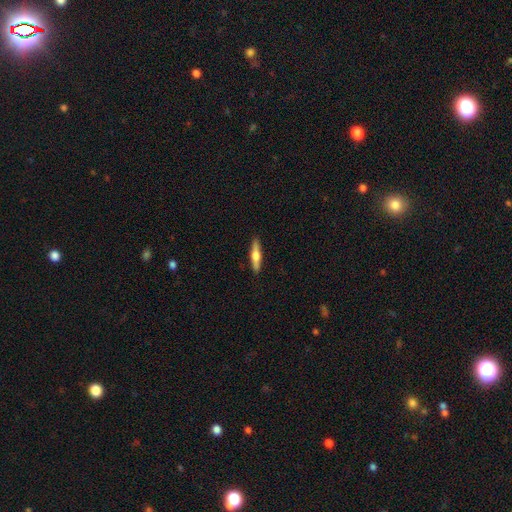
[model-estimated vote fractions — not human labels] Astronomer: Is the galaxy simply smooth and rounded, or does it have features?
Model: featured or disk — 50% (runner-up: smooth, 44%).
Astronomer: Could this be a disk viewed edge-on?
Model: yes — 96%.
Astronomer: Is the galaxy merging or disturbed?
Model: none — 90%.